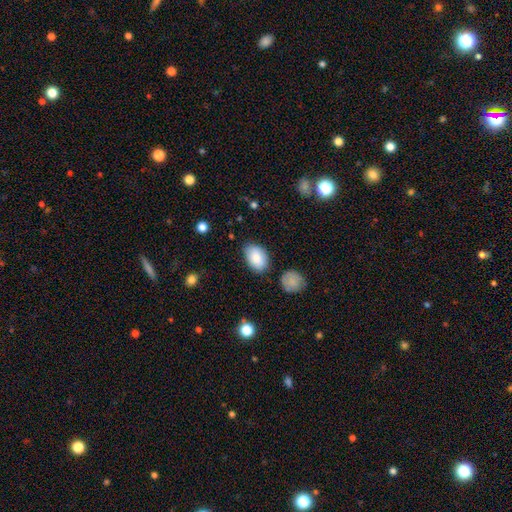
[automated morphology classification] smooth 85%, featured or disk 8%, star or artifact 7%. Down the decision tree: how rounded — in between (90%); merging — none (79%).